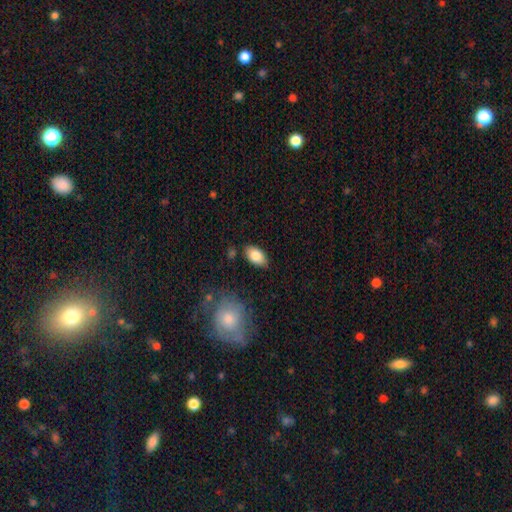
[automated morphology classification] A smooth galaxy with no disk features (84%) that is in between round and cigar-shaped (93%).

Vote fractions:
- Smooth or featured? smooth: 84% / featured or disk: 9% / star or artifact: 7%
- How rounded? in between: 93% / round: 5% / cigar-shaped: 2%
- Merging? none: 83% / minor disturbance: 12% / major disturbance: 3% / merger: 2%